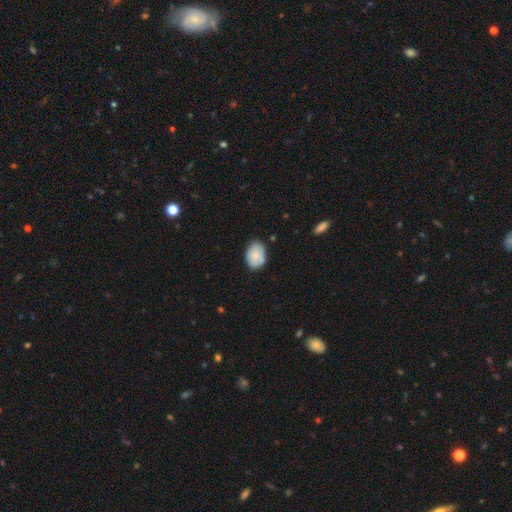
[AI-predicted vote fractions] Smooth or featured? smooth (79%)
How rounded? in between (75%)
Merging? none (73%)